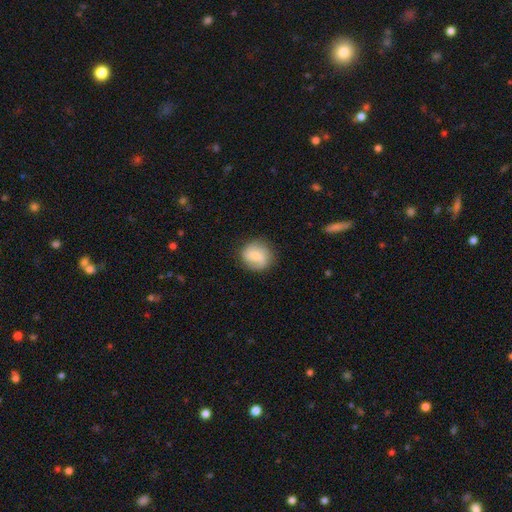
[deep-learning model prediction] smooth-or-featured: smooth: 58% | featured or disk: 34% | star or artifact: 8%
  how-rounded: round: 81% | in between: 18% | cigar-shaped: 1%
  merging: none: 77% | minor disturbance: 16% | major disturbance: 6% | merger: 1%